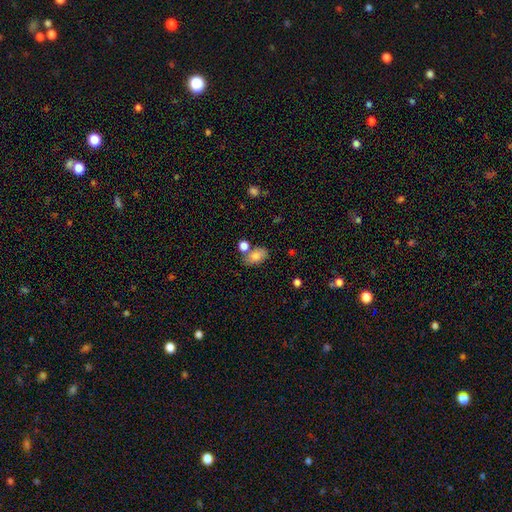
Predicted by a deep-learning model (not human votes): Smooth or featured: smooth — 81% (featured or disk — 10%)
How rounded: in between — 87% (round — 11%)
Merging: none — 57% (merger — 20%)